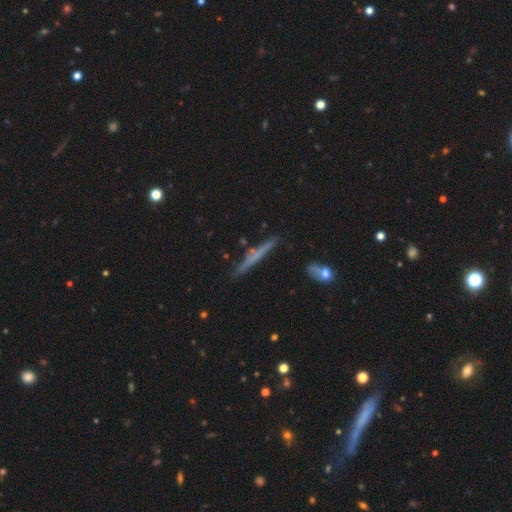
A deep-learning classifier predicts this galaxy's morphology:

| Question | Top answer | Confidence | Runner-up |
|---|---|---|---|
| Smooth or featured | smooth | 47% | featured or disk (45%) |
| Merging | none | 82% | minor disturbance (13%) |